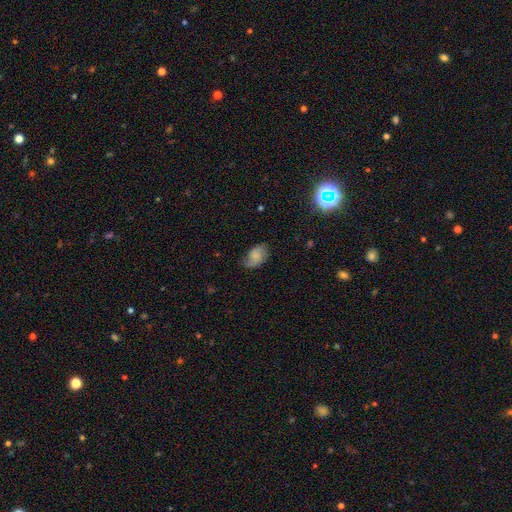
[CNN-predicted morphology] Smooth or featured?
  - smooth: 59% *
  - featured or disk: 32%
  - star or artifact: 9%
How rounded?
  - in between: 88% *
  - round: 11%
  - cigar-shaped: 1%
Merging?
  - none: 59% *
  - minor disturbance: 29%
  - major disturbance: 10%
  - merger: 1%